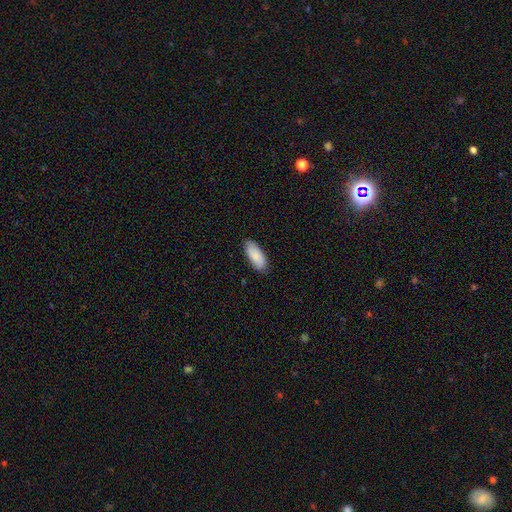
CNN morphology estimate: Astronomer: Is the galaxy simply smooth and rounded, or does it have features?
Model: smooth — 86%.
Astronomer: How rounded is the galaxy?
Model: in between — 85%.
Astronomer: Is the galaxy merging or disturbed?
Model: none — 84%.